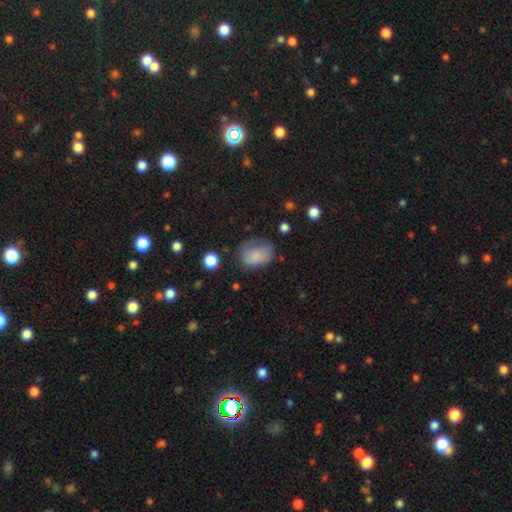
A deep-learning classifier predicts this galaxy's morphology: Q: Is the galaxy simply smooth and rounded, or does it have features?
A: smooth — 79%.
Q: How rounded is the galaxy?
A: in between — 65%.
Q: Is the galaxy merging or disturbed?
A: none — 48%.